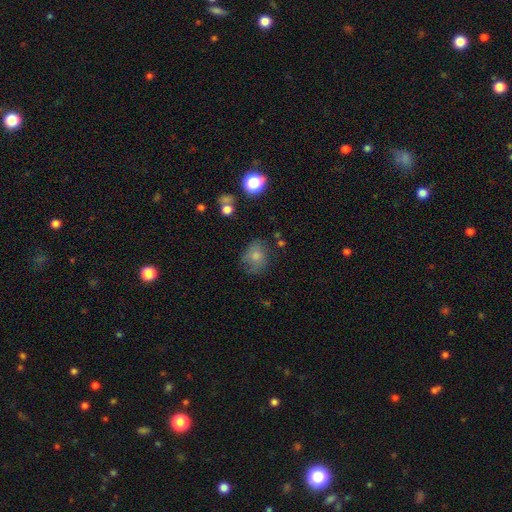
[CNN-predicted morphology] Smooth or featured? Predicted: smooth (p=0.73). How rounded? Predicted: round (p=0.57). Merging? Predicted: none (p=0.61).